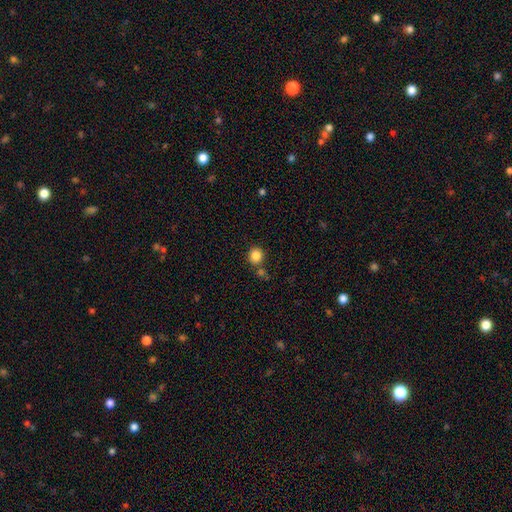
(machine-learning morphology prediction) Q: Smooth or featured?
A: smooth (85%); runner-up: star or artifact (11%)
Q: How rounded?
A: round (89%); runner-up: in between (10%)
Q: Merging?
A: none (76%); runner-up: merger (12%)